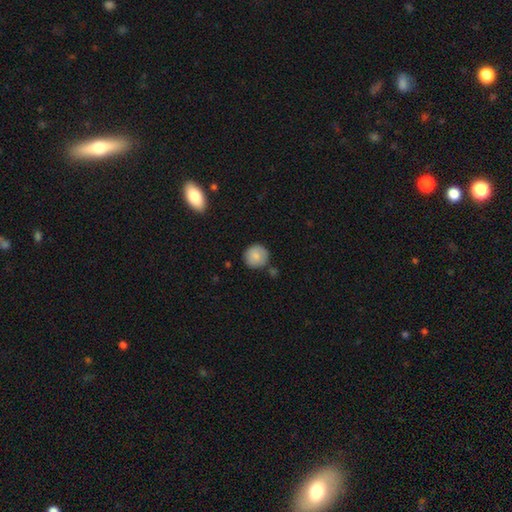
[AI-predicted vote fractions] smooth_or_featured: smooth (p=0.83) [alt: featured or disk p=0.09]
how_rounded: round (p=0.93) [alt: in between p=0.06]
merging: none (p=0.80) [alt: minor disturbance p=0.13]